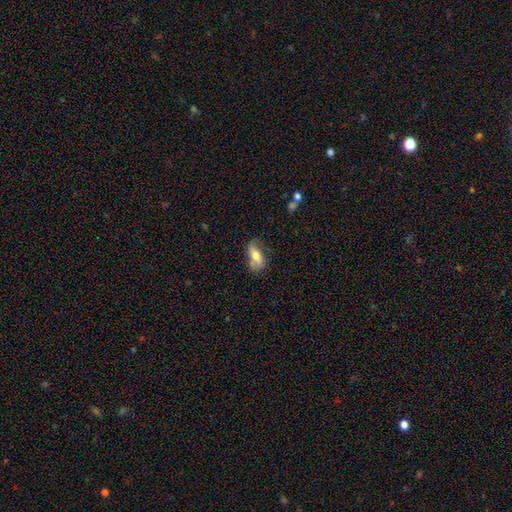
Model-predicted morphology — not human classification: smooth 59%, featured or disk 34%, star or artifact 8%. Down the decision tree: how rounded — in between (82%); merging — none (54%).